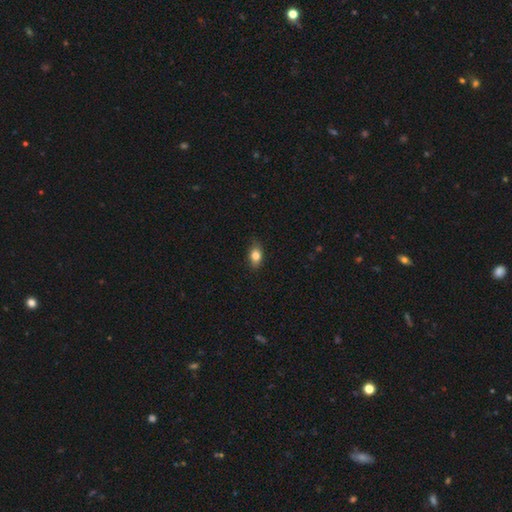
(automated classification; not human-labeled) Smooth or featured? smooth (82%)
How rounded? in between (80%)
Merging? none (81%)